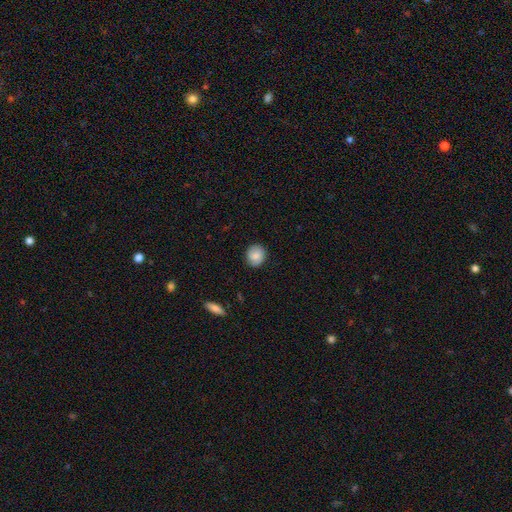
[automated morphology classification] This appears to be a smooth galaxy with no disk features (79%) that is round (76%). Merging: none (84%).